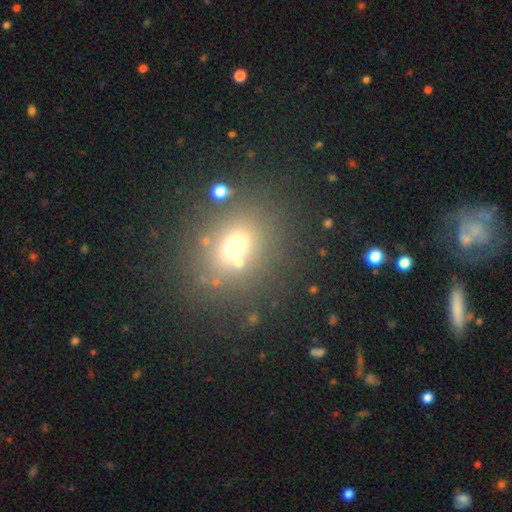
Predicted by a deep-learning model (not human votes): This is possibly a smooth galaxy (48%). Merging: clearly none (81%).